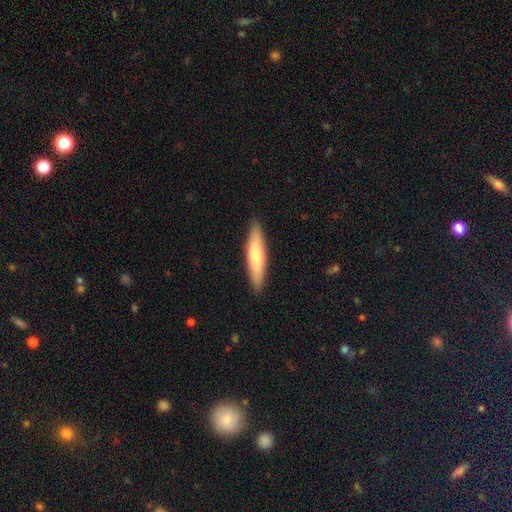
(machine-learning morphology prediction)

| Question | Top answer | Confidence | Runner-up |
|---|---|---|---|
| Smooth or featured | smooth | 70% | featured or disk (25%) |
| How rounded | cigar-shaped | 82% | in between (17%) |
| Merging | none | 89% | minor disturbance (9%) |